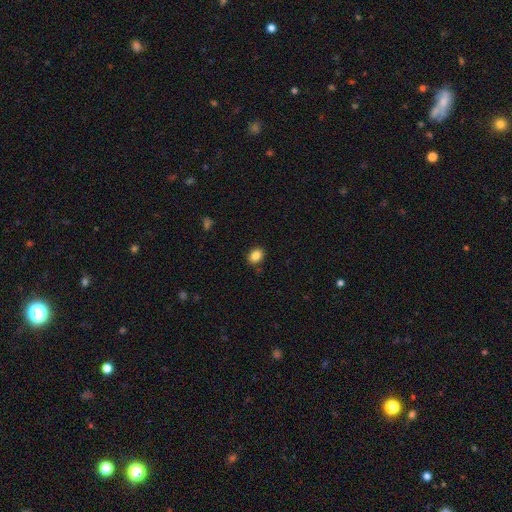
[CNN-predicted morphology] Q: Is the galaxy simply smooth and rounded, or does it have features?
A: smooth — 86%.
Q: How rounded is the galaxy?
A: in between — 60%.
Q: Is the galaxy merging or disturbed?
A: none — 87%.